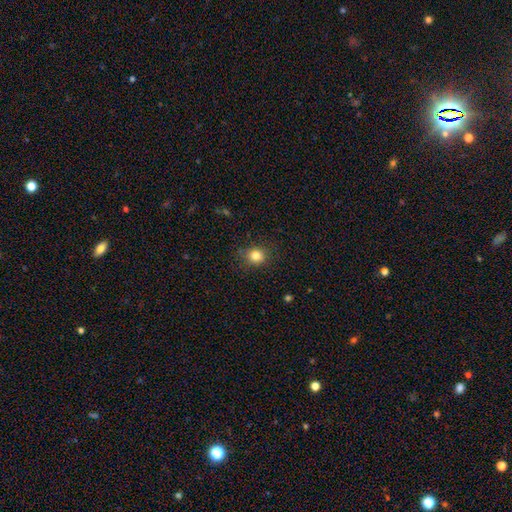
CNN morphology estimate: Q: Smooth or featured?
A: smooth (83%); runner-up: star or artifact (12%)
Q: How rounded?
A: round (79%); runner-up: in between (20%)
Q: Merging?
A: none (84%); runner-up: minor disturbance (11%)